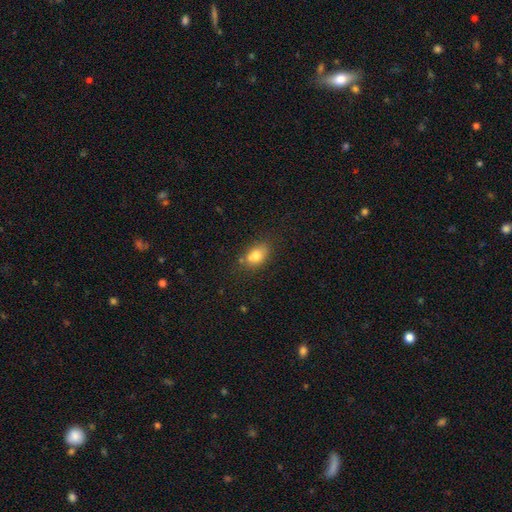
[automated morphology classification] smooth_or_featured: smooth (p=0.75) [alt: featured or disk p=0.15]
how_rounded: in between (p=0.73) [alt: round p=0.25]
merging: none (p=0.63) [alt: minor disturbance p=0.19]